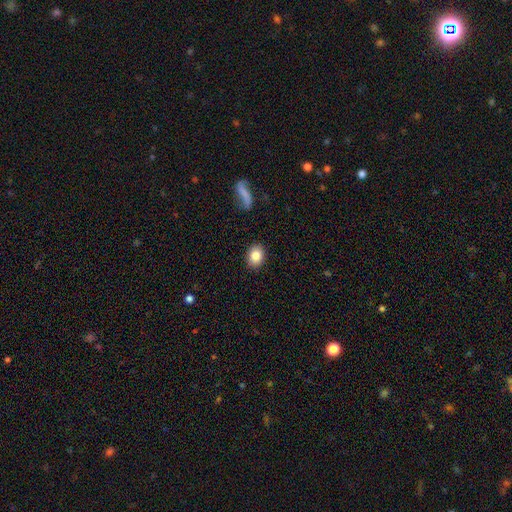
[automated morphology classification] The model was most divided on "how rounded": in between: 56%, round: 43%, cigar-shaped: 1%. More confident: merging — none (89%); smooth or featured — smooth (83%).